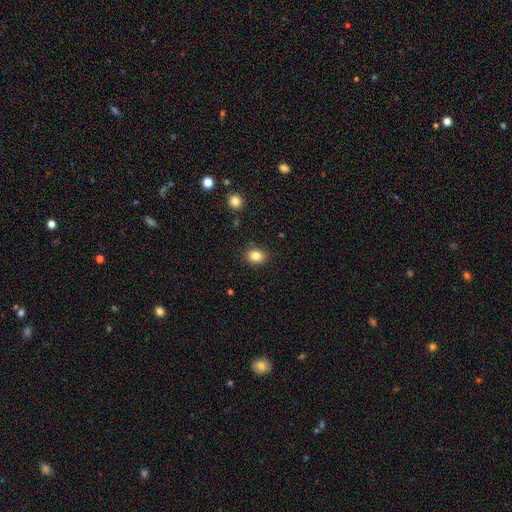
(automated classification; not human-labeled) The model was most divided on "how rounded": round: 55%, in between: 45%, cigar-shaped: 1%. More confident: merging — none (88%); smooth or featured — smooth (84%).